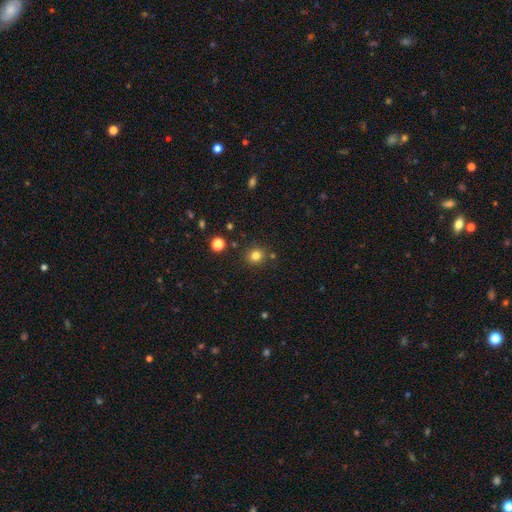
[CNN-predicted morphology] type=smooth (80%); roundness=round (87%); merging=none (85%).